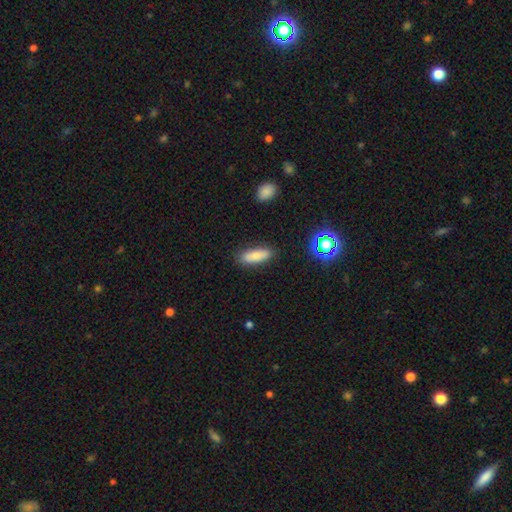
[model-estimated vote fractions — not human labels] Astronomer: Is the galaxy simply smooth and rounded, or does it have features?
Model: smooth — 79%.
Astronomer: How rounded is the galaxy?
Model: in between — 59% (runner-up: cigar-shaped, 38%).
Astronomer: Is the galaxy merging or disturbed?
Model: none — 87%.